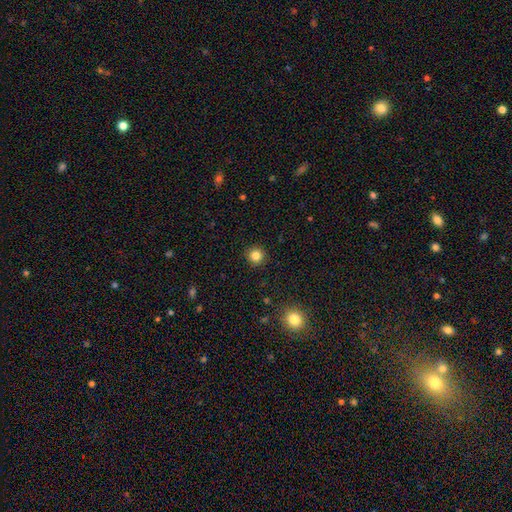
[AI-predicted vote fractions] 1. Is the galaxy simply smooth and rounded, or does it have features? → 83% smooth, 12% star or artifact, 5% featured or disk.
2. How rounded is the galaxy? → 95% round, 4% in between, 1% cigar-shaped.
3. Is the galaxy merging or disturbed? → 92% none, 5% minor disturbance, 2% major disturbance, 1% merger.